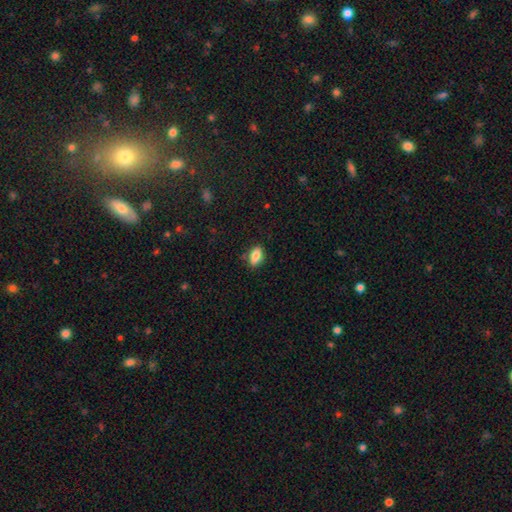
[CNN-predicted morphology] type=smooth (82%); roundness=in between (87%); merging=none (80%).